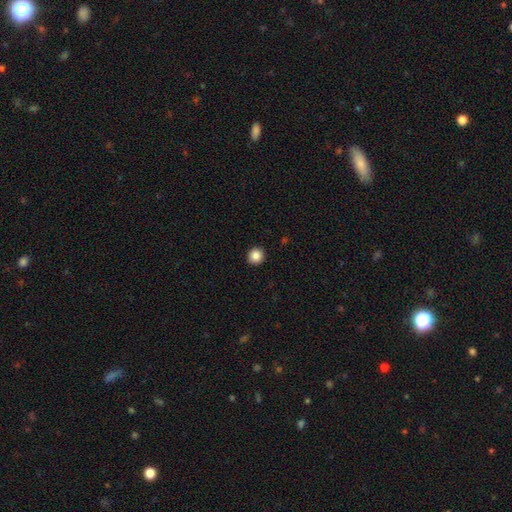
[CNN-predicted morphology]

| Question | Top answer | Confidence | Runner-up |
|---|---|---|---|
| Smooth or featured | smooth | 86% | star or artifact (10%) |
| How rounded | round | 93% | in between (6%) |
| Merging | none | 93% | minor disturbance (4%) |